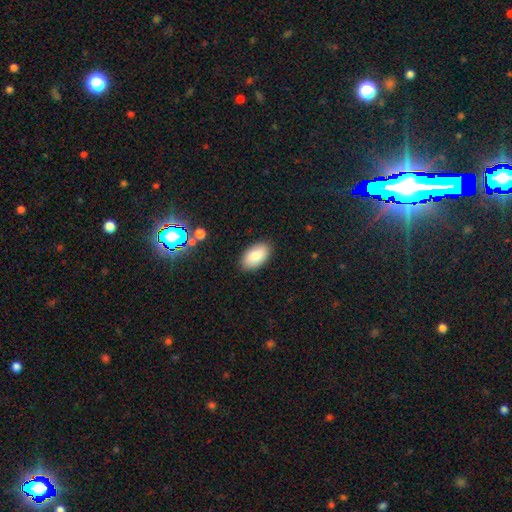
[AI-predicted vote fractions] A smooth galaxy with no disk features (84%) that is in between round and cigar-shaped (95%).

Vote fractions:
- Smooth or featured? smooth: 84% / featured or disk: 9% / star or artifact: 7%
- How rounded? in between: 95% / round: 3% / cigar-shaped: 2%
- Merging? none: 88% / minor disturbance: 9% / major disturbance: 2% / merger: 1%